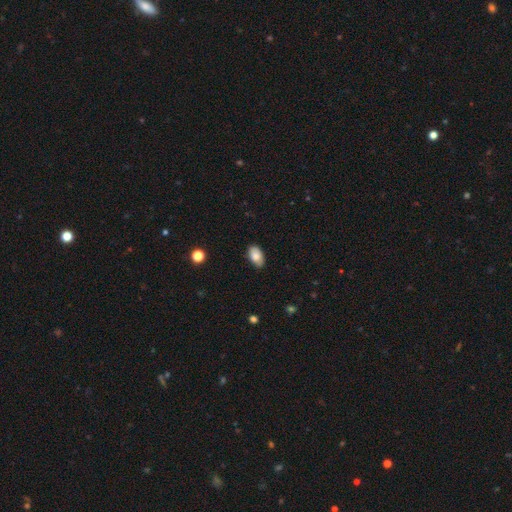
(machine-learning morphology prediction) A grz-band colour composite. It shows a smooth galaxy with no disk features (81%) that is in between round and cigar-shaped (93%). Merging: none (79%).